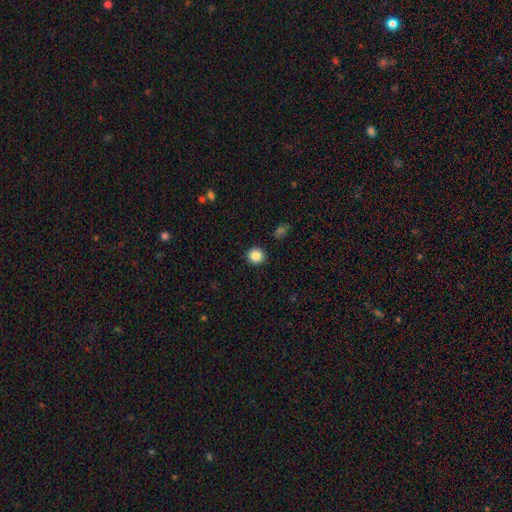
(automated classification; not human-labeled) This appears to be a smooth galaxy with no disk features (87%) that is round (91%). Merging: none (92%).